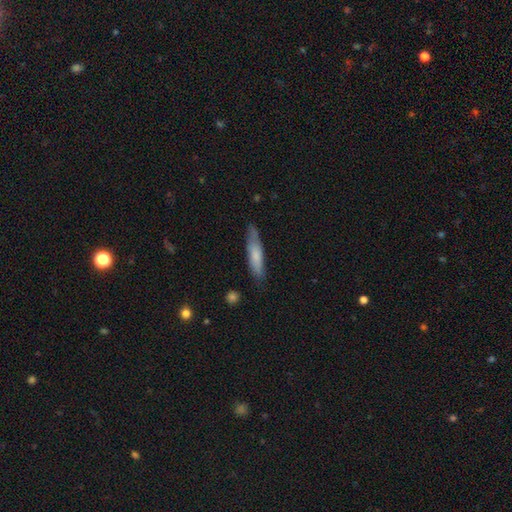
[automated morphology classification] The model was most divided on "smooth or featured": smooth: 70%, featured or disk: 25%, star or artifact: 6%. More confident: how rounded — cigar-shaped (81%); merging — none (76%).